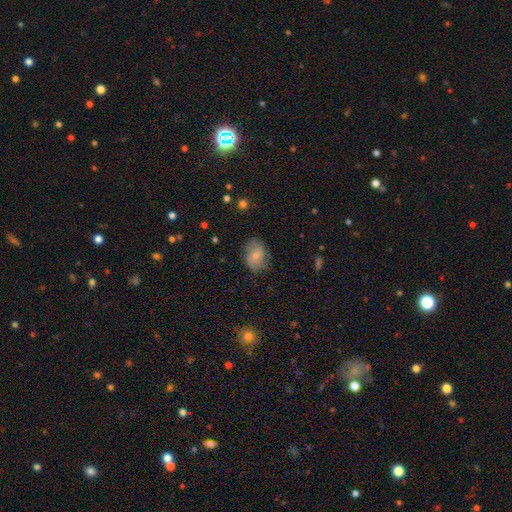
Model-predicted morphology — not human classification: This is likely a smooth galaxy (62%). How rounded: likely in between (71%). Merging: likely none (65%).